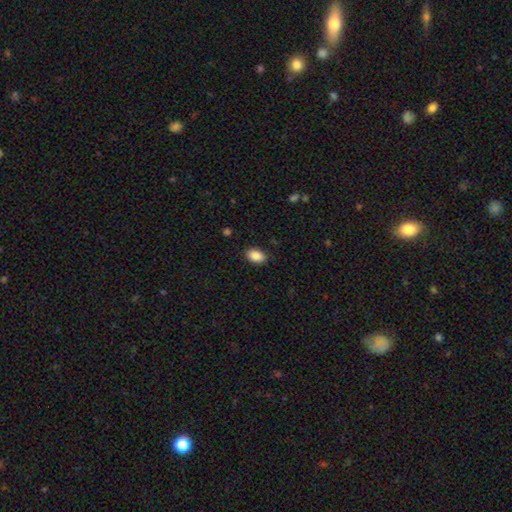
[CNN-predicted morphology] This is clearly a smooth galaxy (89%). How rounded: clearly in between (88%). Merging: clearly none (87%).